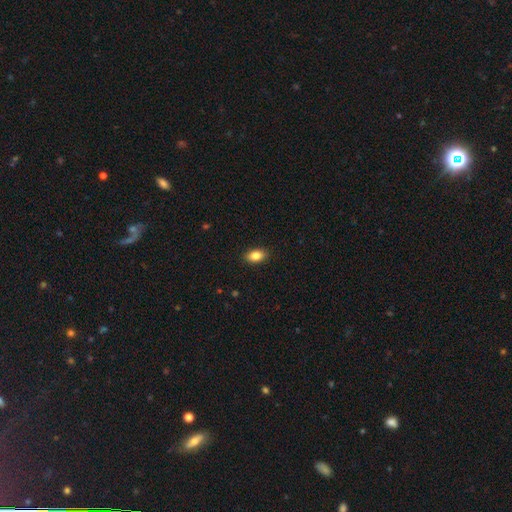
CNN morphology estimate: A smooth galaxy with no disk features (85%) that is in between round and cigar-shaped (88%). Merging: none (89%).